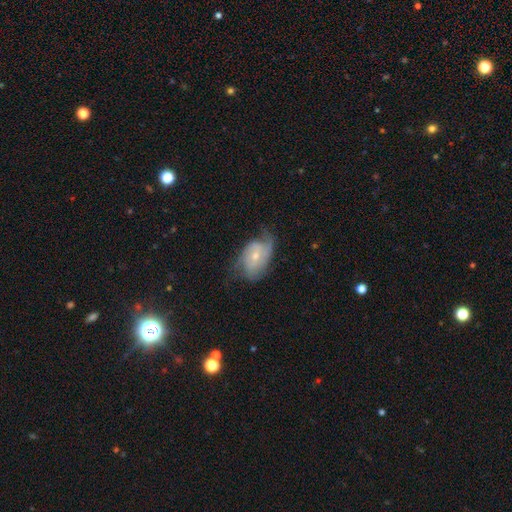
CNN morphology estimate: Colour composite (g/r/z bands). It shows a featured or disk galaxy (71%) with no bar (59%), 2 (45%) medium (41%) spiral arms (88%) and a small central bulge (53%). Merging: none (52%).